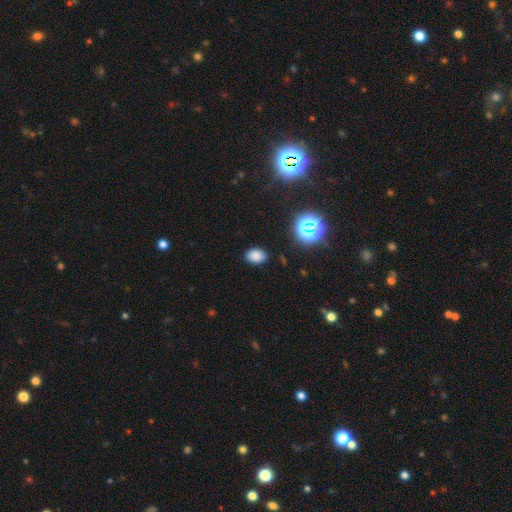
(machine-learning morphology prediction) smooth-or-featured: smooth: 78% | star or artifact: 17% | featured or disk: 5%
  how-rounded: in between: 74% | round: 25% | cigar-shaped: 1%
  merging: none: 86% | minor disturbance: 10% | major disturbance: 3% | merger: 1%